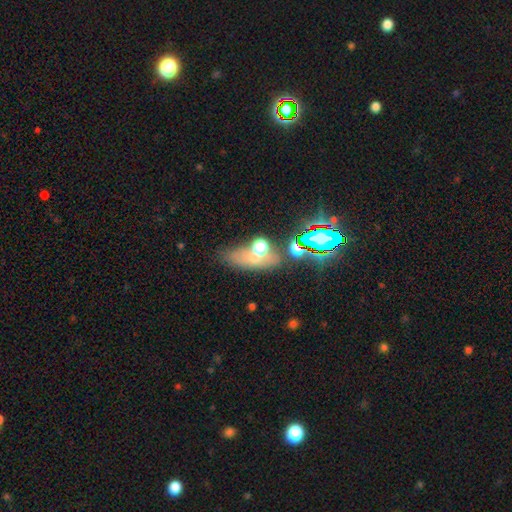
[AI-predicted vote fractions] This is possibly a smooth galaxy (53%). How rounded: likely in between (72%). Merging: possibly none (52%).